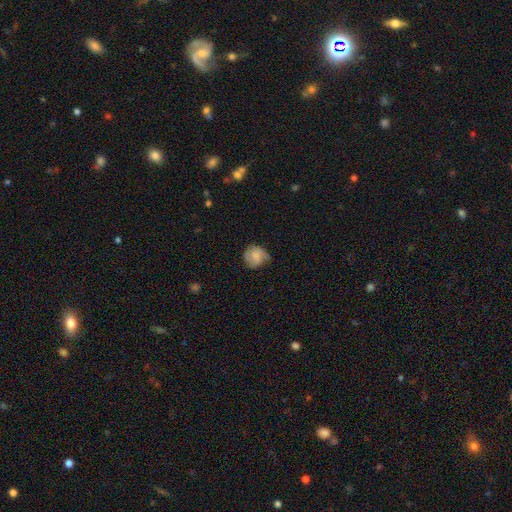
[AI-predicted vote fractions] The model was most divided on "smooth or featured": smooth: 54%, featured or disk: 38%, star or artifact: 8%. More confident: how rounded — round (77%); merging — none (57%).